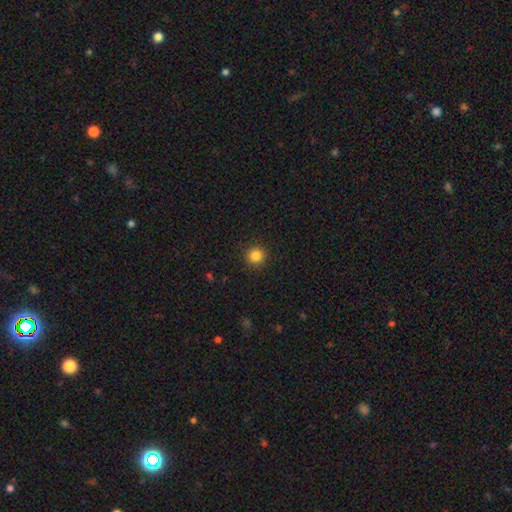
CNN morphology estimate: Smooth or featured: smooth — 85% (star or artifact — 11%)
How rounded: round — 94% (in between — 5%)
Merging: none — 92% (minor disturbance — 5%)